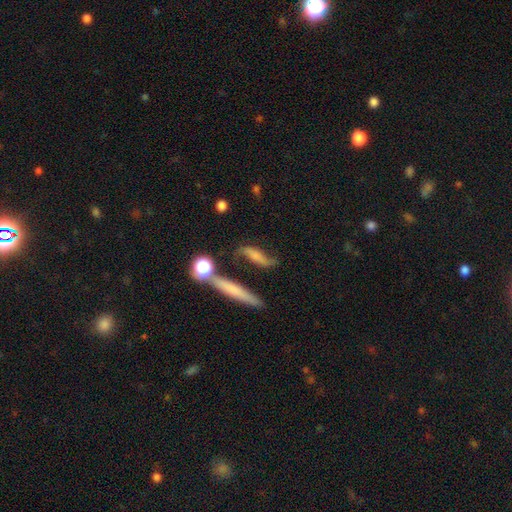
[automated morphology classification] Q: Smooth or featured?
A: featured or disk (59%); runner-up: smooth (32%)
Q: Edge-on disk?
A: no (75%); runner-up: yes (25%)
Q: Merging?
A: none (59%); runner-up: minor disturbance (21%)